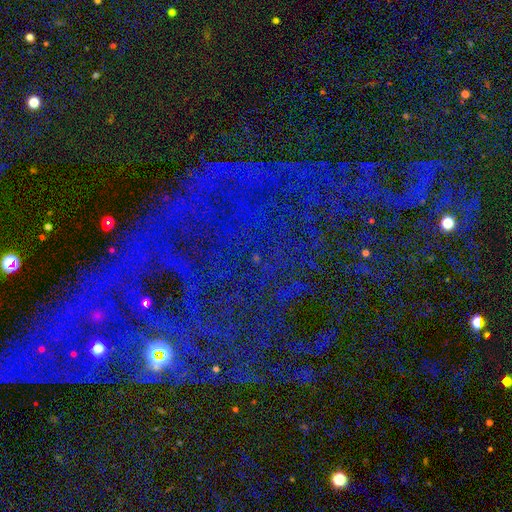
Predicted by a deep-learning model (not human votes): Q: Smooth or featured?
A: star or artifact (83%); runner-up: featured or disk (9%)